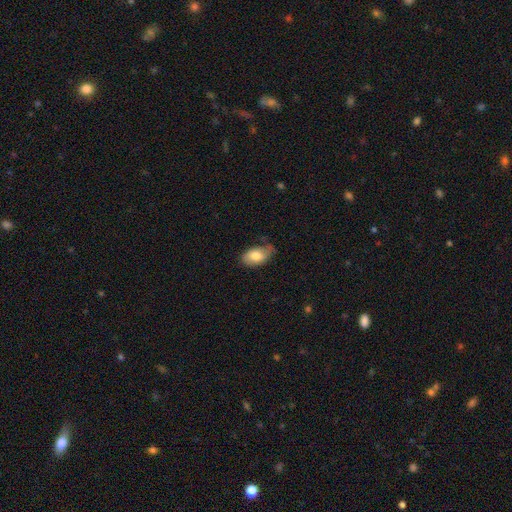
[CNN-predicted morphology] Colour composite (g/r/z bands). It shows a smooth galaxy with no disk features (71%) that is in between round and cigar-shaped (92%). Merging: none (52%).